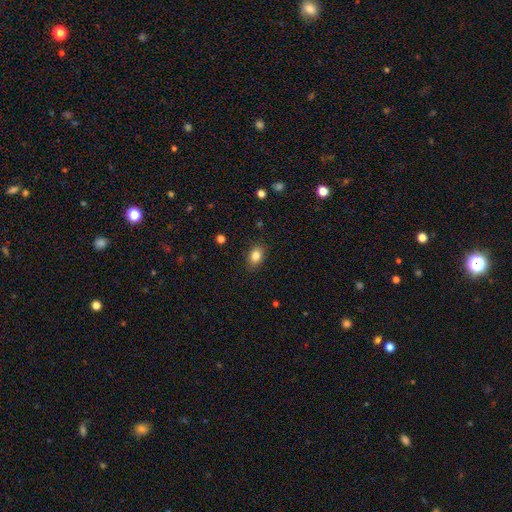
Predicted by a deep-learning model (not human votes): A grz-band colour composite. It shows a smooth galaxy with no disk features (83%) that is in between round and cigar-shaped (77%). Merging: none (86%).